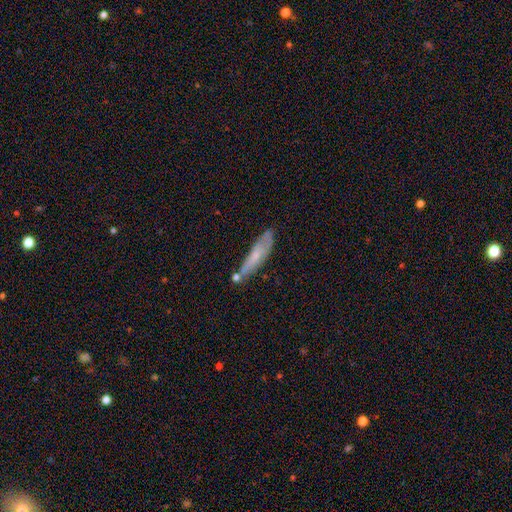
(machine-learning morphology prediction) Smooth or featured?
  - smooth: 54% *
  - featured or disk: 38%
  - star or artifact: 7%
How rounded?
  - cigar-shaped: 77% *
  - in between: 21%
  - round: 2%
Merging?
  - none: 55% *
  - minor disturbance: 25%
  - merger: 12%
  - major disturbance: 7%